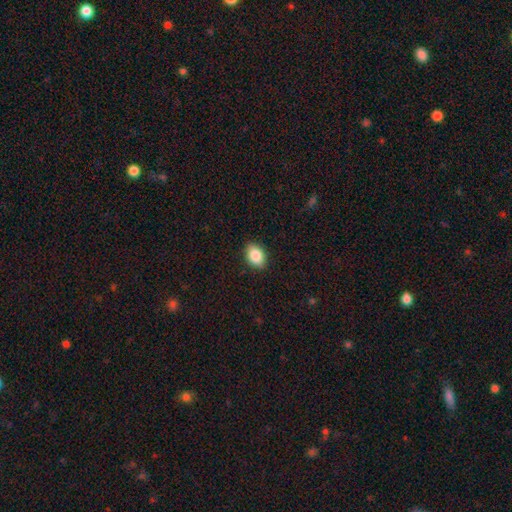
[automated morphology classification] type=smooth (87%); roundness=in between (81%); merging=none (88%).